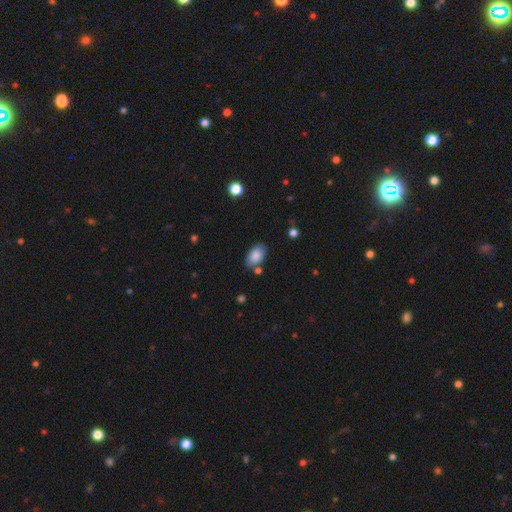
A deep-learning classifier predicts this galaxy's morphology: The model was most divided on "merging": none: 75%, minor disturbance: 15%, merger: 7%, major disturbance: 4%. More confident: how rounded — in between (92%); smooth or featured — smooth (85%).